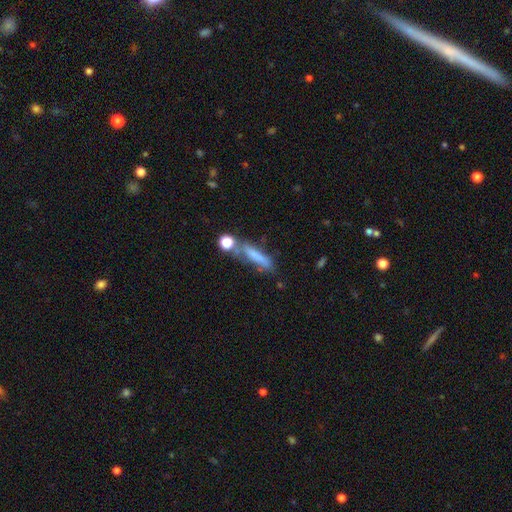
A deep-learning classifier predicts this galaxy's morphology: smooth 64%, featured or disk 24%, star or artifact 11%. Down the decision tree: how rounded — cigar-shaped (77%); merging — none (53%).